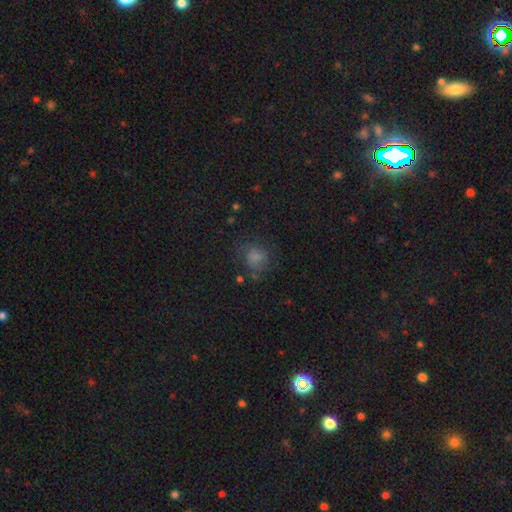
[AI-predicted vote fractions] This is possibly a smooth galaxy (57%). How rounded: likely round (77%). Merging: likely none (67%).